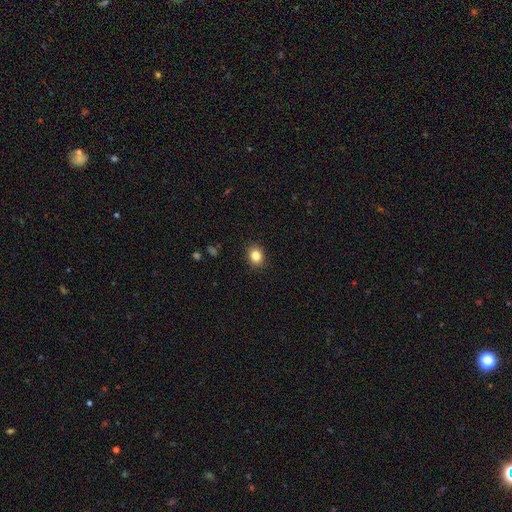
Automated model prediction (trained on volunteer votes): A smooth galaxy with no disk features (84%) that is round (59%).

Vote fractions:
- Smooth or featured? smooth: 84% / star or artifact: 10% / featured or disk: 6%
- How rounded? round: 59% / in between: 40% / cigar-shaped: 1%
- Merging? none: 90% / minor disturbance: 7% / major disturbance: 2% / merger: 1%